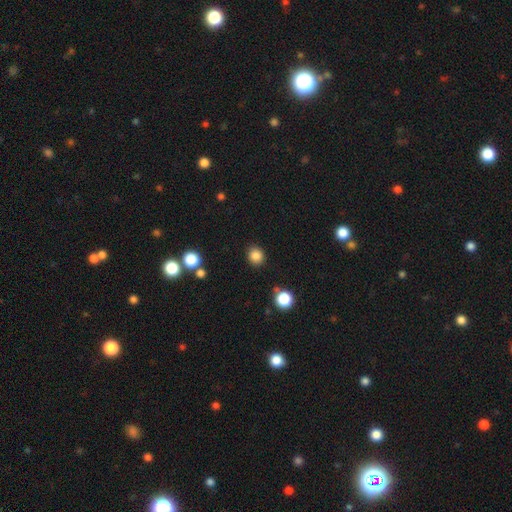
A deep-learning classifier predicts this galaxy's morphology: Smooth or featured: smooth — 85% (star or artifact — 12%)
How rounded: round — 82% (in between — 17%)
Merging: none — 87% (minor disturbance — 8%)